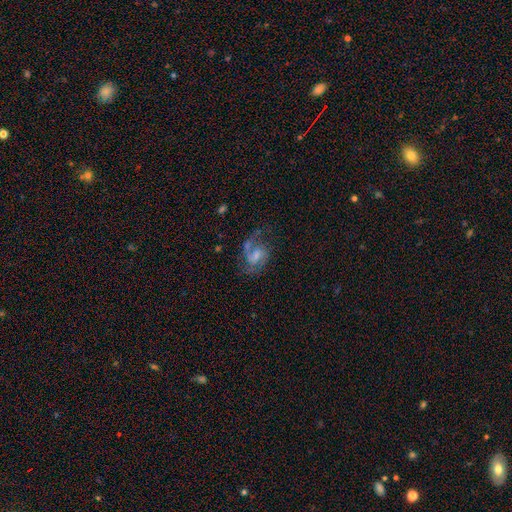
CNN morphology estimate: Smooth or featured? featured or disk (79%)
Edge-on disk? no (98%)
Bar? weak (52%)
Spiral arms? yes (94%)
Spiral winding? medium (50%)
Spiral arm count? 2 (66%)
Bulge size? small (34%)
Merging? none (53%)